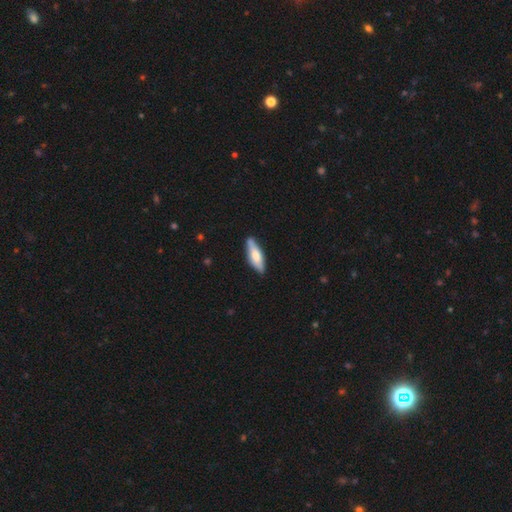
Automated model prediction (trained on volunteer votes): A smooth galaxy with no disk features (60%) that is in between round and cigar-shaped (55%).

Vote fractions:
- Smooth or featured? smooth: 60% / featured or disk: 35% / star or artifact: 5%
- How rounded? in between: 55% / cigar-shaped: 43% / round: 2%
- Merging? none: 80% / minor disturbance: 15% / major disturbance: 2% / merger: 2%